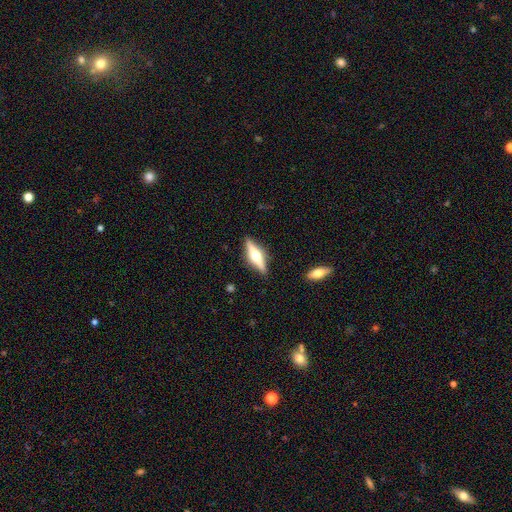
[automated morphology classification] Smooth or featured? featured or disk (70%)
Edge-on disk? yes (96%)
Edge-on bulge? rounded (95%)
Merging? none (88%)